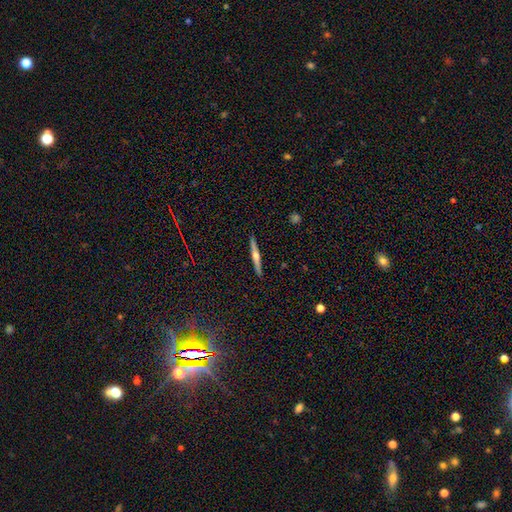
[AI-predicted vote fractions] Smooth or featured?
  - featured or disk: 63% *
  - smooth: 31%
  - star or artifact: 6%
Edge-on disk?
  - yes: 97% *
  - no: 3%
Edge-on bulge?
  - rounded: 87% *
  - none: 9%
  - boxy: 4%
Merging?
  - none: 92% *
  - minor disturbance: 6%
  - major disturbance: 1%
  - merger: 1%